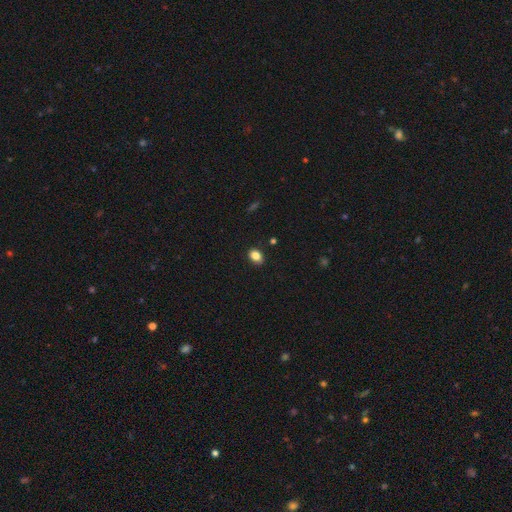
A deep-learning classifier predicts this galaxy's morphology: smooth_or_featured: smooth (p=0.84) [alt: star or artifact p=0.10]
how_rounded: in between (p=0.70) [alt: round p=0.28]
merging: none (p=0.86) [alt: minor disturbance p=0.10]